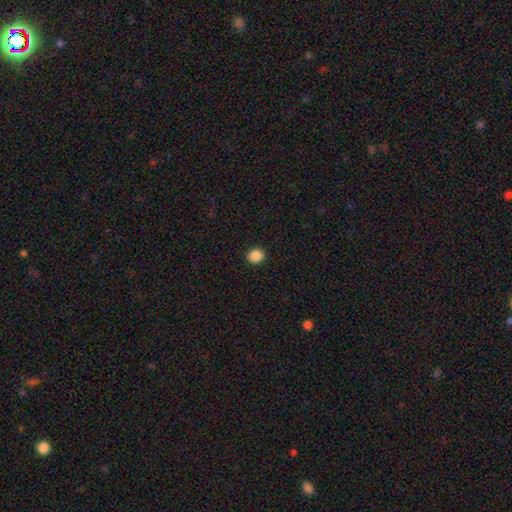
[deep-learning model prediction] smooth-or-featured: smooth: 87% | star or artifact: 10% | featured or disk: 3%
  how-rounded: round: 83% | in between: 16% | cigar-shaped: 1%
  merging: none: 93% | minor disturbance: 5% | major disturbance: 2% | merger: 1%